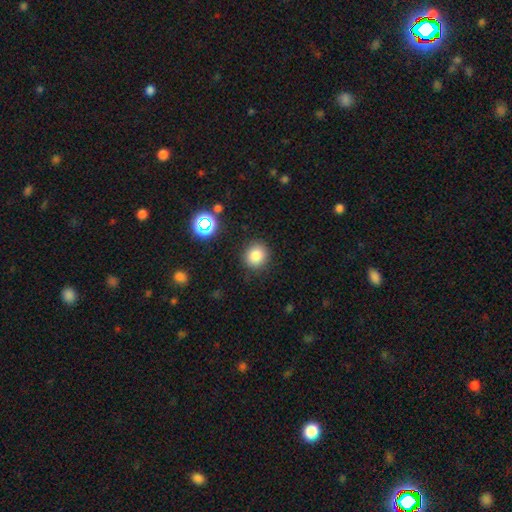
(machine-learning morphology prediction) Smooth or featured? smooth (81%)
How rounded? round (86%)
Merging? none (88%)